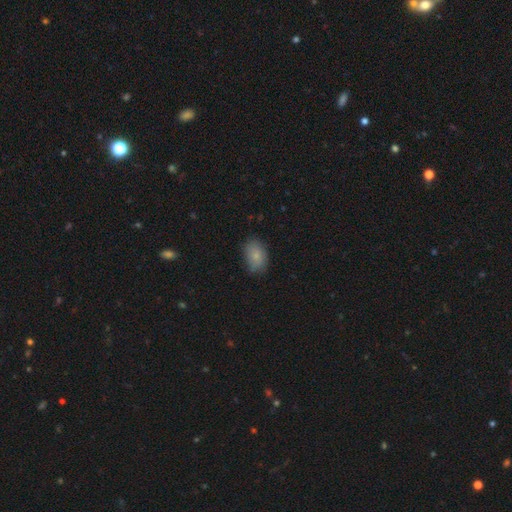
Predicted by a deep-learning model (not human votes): This appears to be a smooth galaxy with no disk features (83%) that is in between round and cigar-shaped (87%). Merging: none (77%).